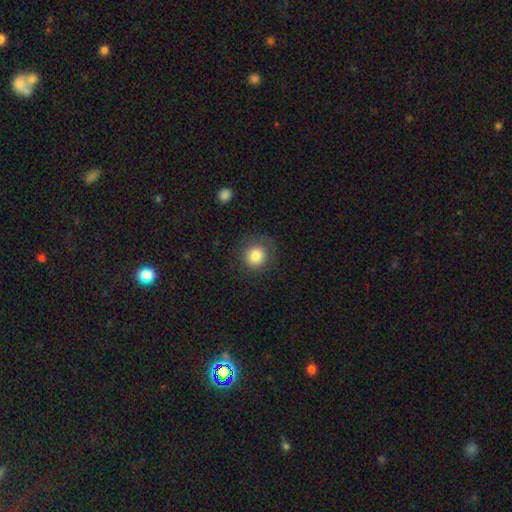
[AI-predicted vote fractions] smooth_or_featured: smooth (p=0.82) [alt: star or artifact p=0.10]
how_rounded: round (p=0.88) [alt: in between p=0.11]
merging: none (p=0.78) [alt: minor disturbance p=0.13]